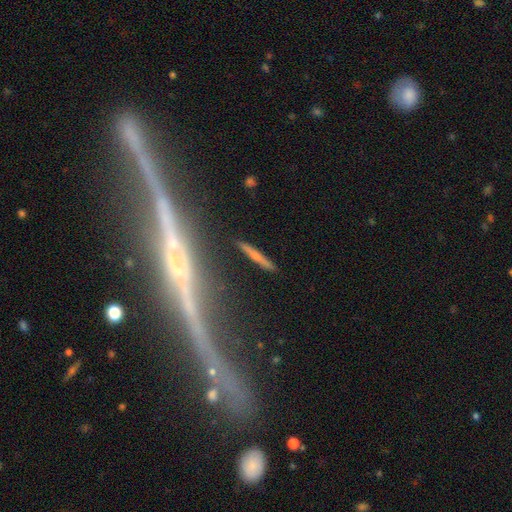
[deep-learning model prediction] Morphology: type=smooth (50%); merging=none (86%).